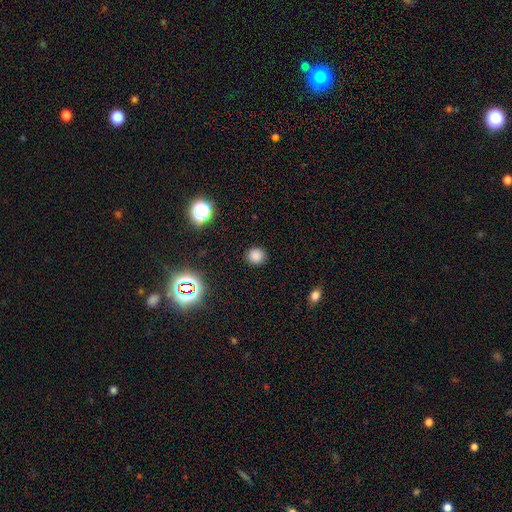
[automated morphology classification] Smooth or featured? Predicted: smooth (p=0.80). How rounded? Predicted: round (p=0.85). Merging? Predicted: none (p=0.89).